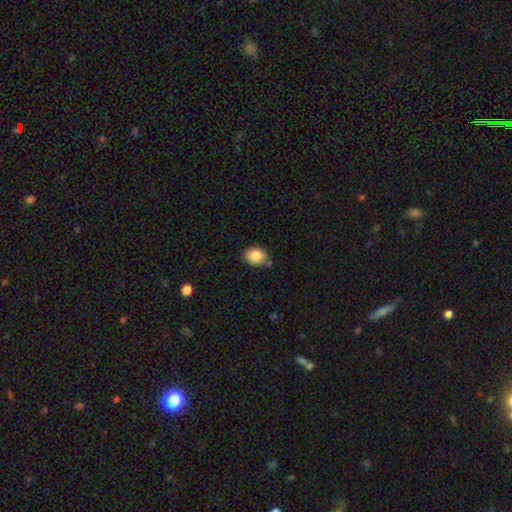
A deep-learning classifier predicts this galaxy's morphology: Q: Smooth or featured?
A: smooth (86%); runner-up: star or artifact (8%)
Q: How rounded?
A: in between (50%); runner-up: round (49%)
Q: Merging?
A: none (78%); runner-up: minor disturbance (14%)